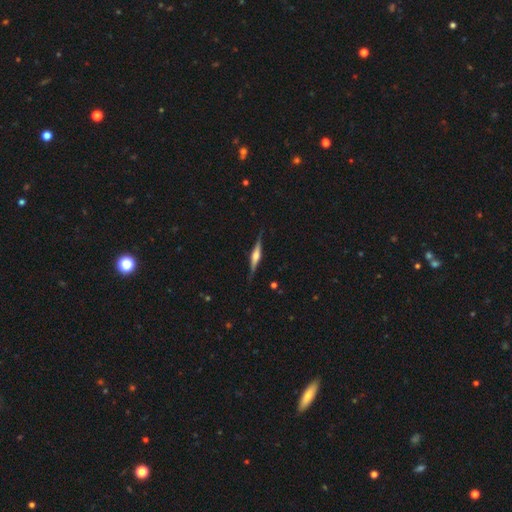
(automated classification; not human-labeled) smooth-or-featured: featured or disk: 76% | smooth: 18% | star or artifact: 6%
  disk-edge-on: yes: 98% | no: 2%
    edge-on-bulge: rounded: 77% | boxy: 19% | none: 4%
  merging: none: 87% | minor disturbance: 10% | major disturbance: 2% | merger: 1%